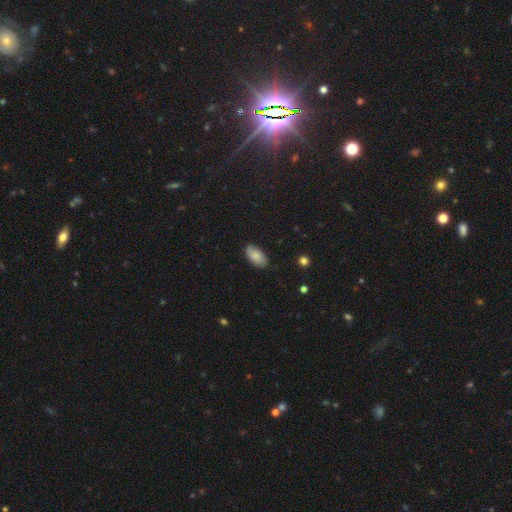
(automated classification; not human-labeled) smooth_or_featured: smooth (p=0.84) [alt: featured or disk p=0.09]
how_rounded: in between (p=0.94) [alt: cigar-shaped p=0.03]
merging: none (p=0.82) [alt: minor disturbance p=0.14]